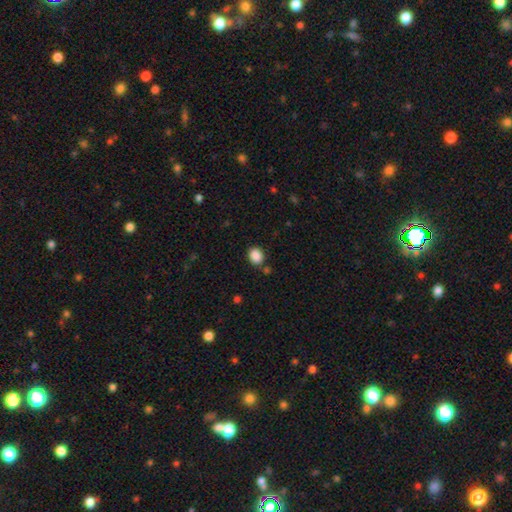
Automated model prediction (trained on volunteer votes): Smooth or featured: smooth — 88% (star or artifact — 9%)
How rounded: round — 52% (in between — 47%)
Merging: none — 81% (minor disturbance — 11%)